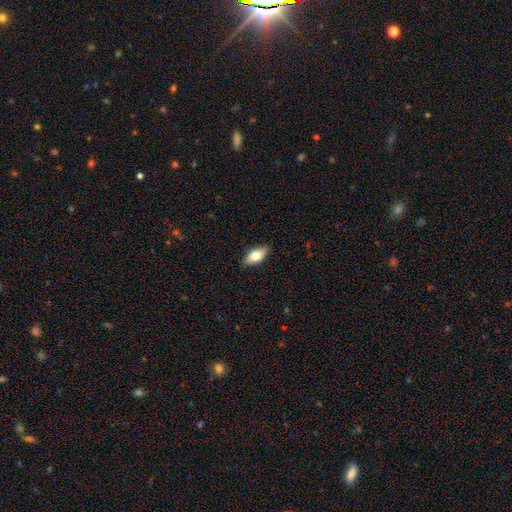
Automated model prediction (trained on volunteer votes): Overall: smooth (75%). How rounded: in between (84%). Merging: none (86%).